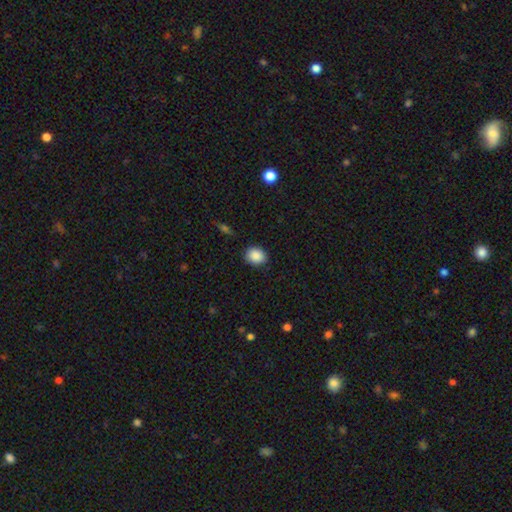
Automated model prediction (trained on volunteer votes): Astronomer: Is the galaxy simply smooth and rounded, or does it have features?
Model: smooth — 88%.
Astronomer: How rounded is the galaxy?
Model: round — 59% (runner-up: in between, 40%).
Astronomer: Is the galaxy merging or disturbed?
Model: none — 88%.